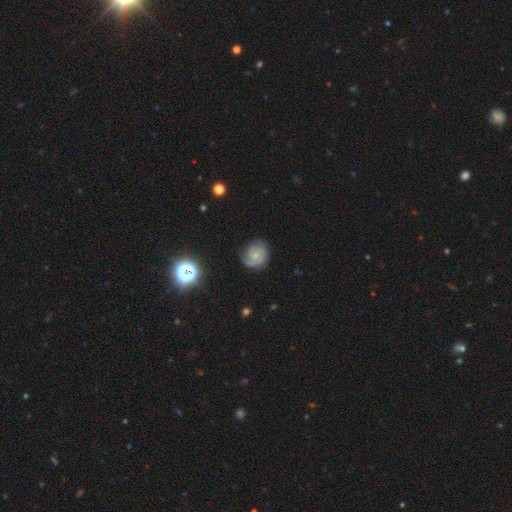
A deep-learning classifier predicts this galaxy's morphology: smooth-or-featured: featured or disk: 69% | smooth: 22% | star or artifact: 9%
  disk-edge-on: no: 98% | yes: 2%
    bar: no: 75% | weak: 22% | strong: 3%
    has-spiral-arms: yes: 93% | no: 7%
      spiral-winding: tight: 54% | medium: 34% | loose: 11%
      spiral-arm-count: 2: 41% | can't tell: 22% | 1: 16% | 3: 16% | 4: 3% | more than 4: 3%
    bulge-size: small: 72% | moderate: 20% | none: 6% | large: 1% | dominant: 1%
  merging: none: 68% | minor disturbance: 22% | major disturbance: 9% | merger: 2%